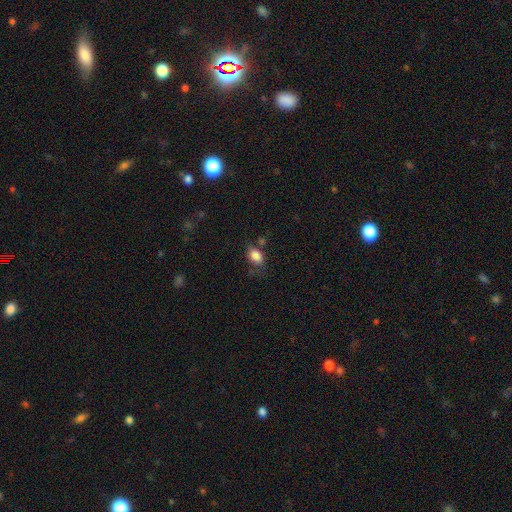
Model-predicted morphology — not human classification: type=smooth (84%); roundness=in between (78%); merging=none (61%).